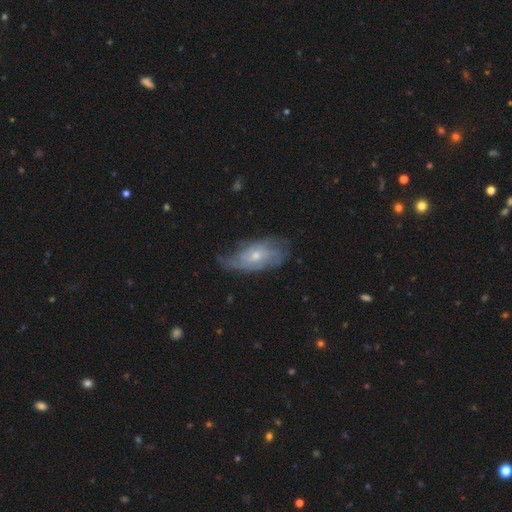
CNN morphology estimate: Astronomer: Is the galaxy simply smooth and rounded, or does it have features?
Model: featured or disk — 70%.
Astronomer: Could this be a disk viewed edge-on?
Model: no — 92%.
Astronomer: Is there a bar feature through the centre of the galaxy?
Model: no — 74%.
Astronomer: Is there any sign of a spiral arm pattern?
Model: yes — 84%.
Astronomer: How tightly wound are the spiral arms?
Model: tight — 40% (runner-up: medium, 38%).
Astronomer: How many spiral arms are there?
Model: can't tell — 47%.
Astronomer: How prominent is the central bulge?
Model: small — 57% (runner-up: moderate, 39%).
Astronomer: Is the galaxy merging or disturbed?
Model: none — 56%.